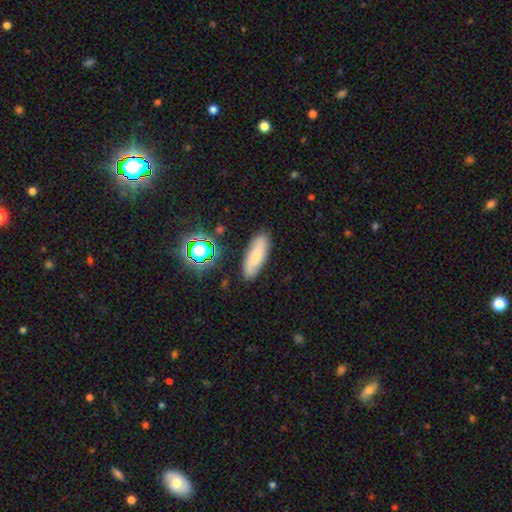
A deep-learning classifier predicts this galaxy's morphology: A smooth galaxy with no disk features (64%) that is in between round and cigar-shaped (57%).

Vote fractions:
- Smooth or featured? smooth: 64% / featured or disk: 25% / star or artifact: 11%
- How rounded? in between: 57% / cigar-shaped: 40% / round: 3%
- Merging? none: 83% / minor disturbance: 12% / major disturbance: 3% / merger: 2%